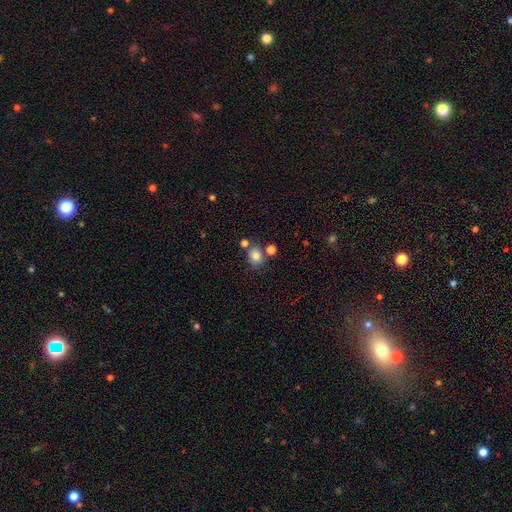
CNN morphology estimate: This appears to be a smooth galaxy with no disk features (80%) that is round (56%). Merging: none (65%).